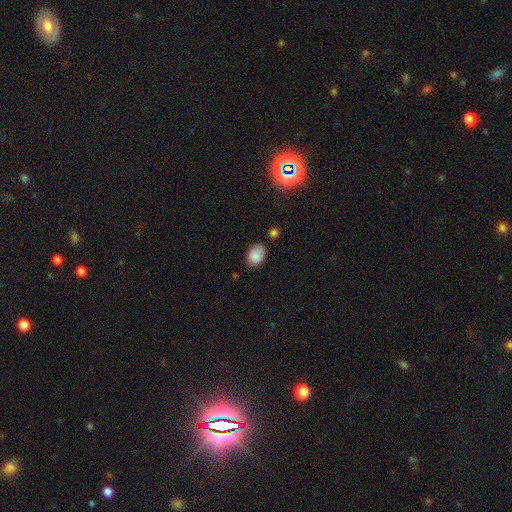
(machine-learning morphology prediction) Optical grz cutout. It shows a smooth galaxy with no disk features (86%) that is in between round and cigar-shaped (84%). Merging: none (70%).